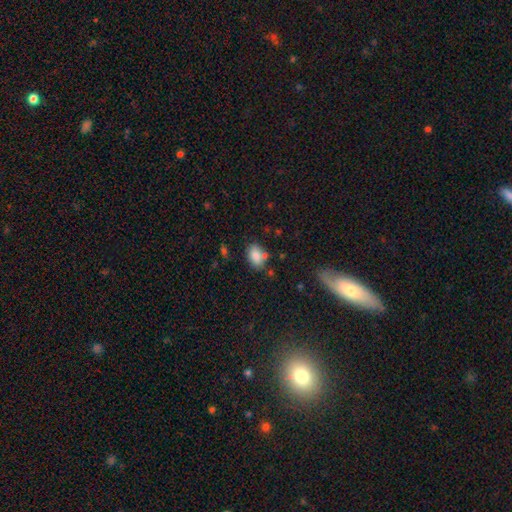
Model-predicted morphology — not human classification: type=smooth (83%); roundness=in between (87%); merging=none (67%).